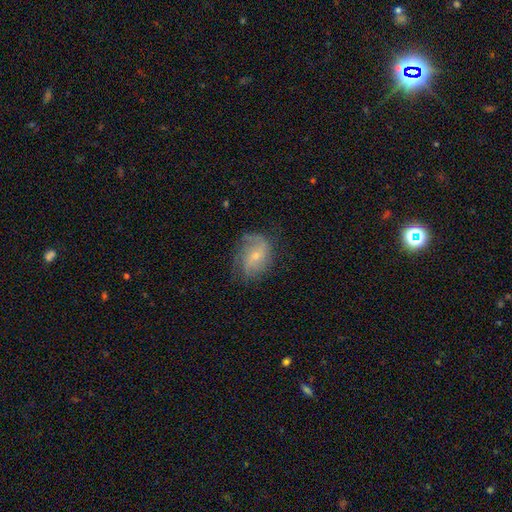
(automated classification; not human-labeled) Morphology: type=featured or disk (61%); edge-on=no (96%); bar=no (59%); spiral arms=yes (84%); bulge=small (70%); merging=none (59%).